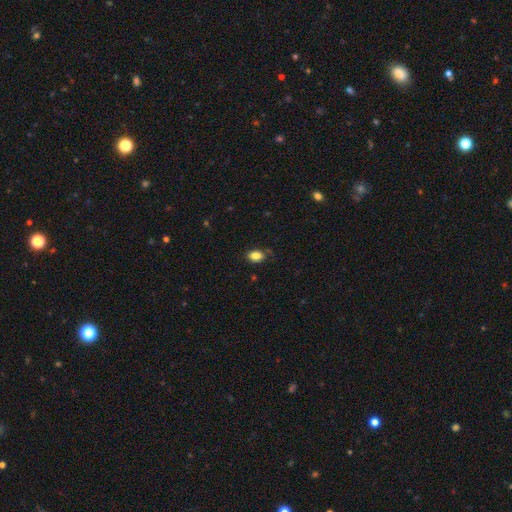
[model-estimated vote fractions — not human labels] A smooth galaxy with no disk features (85%) that is in between round and cigar-shaped (83%).

Vote fractions:
- Smooth or featured? smooth: 85% / star or artifact: 9% / featured or disk: 6%
- How rounded? in between: 83% / round: 16% / cigar-shaped: 1%
- Merging? none: 76% / minor disturbance: 18% / major disturbance: 4% / merger: 2%